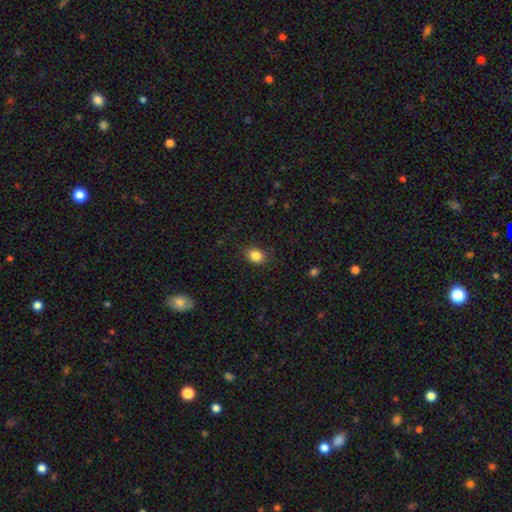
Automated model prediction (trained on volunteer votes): Morphology: type=smooth (85%); roundness=in between (59%); merging=none (83%).